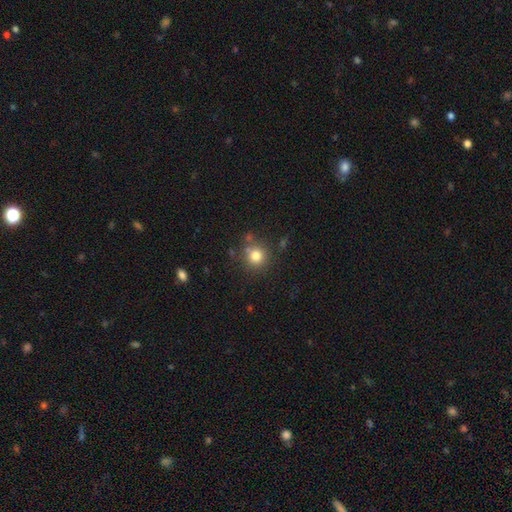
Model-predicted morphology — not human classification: A smooth galaxy with no disk features (79%) that is round (91%).

Vote fractions:
- Smooth or featured? smooth: 79% / star or artifact: 13% / featured or disk: 8%
- How rounded? round: 91% / in between: 8% / cigar-shaped: 1%
- Merging? none: 76% / minor disturbance: 11% / merger: 9% / major disturbance: 4%